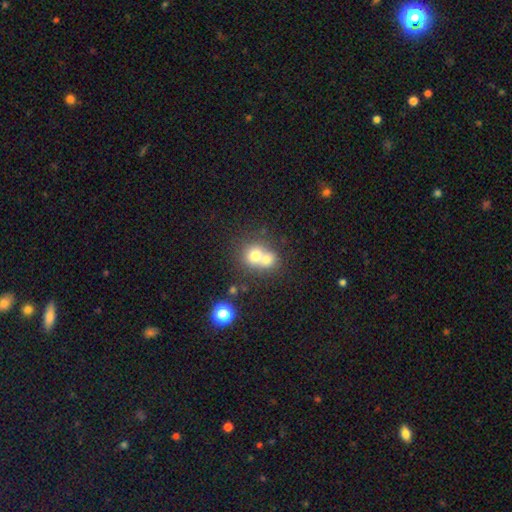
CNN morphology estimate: Smooth or featured? Predicted: smooth (p=0.69). How rounded? Predicted: round (p=0.75). Merging? Predicted: merger (p=0.66).